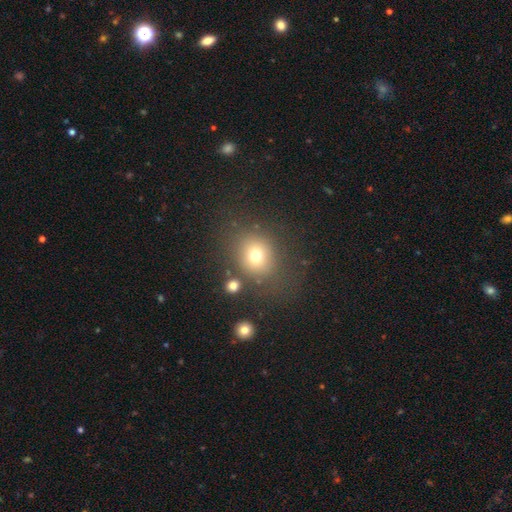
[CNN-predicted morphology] smooth-or-featured: smooth: 72% | star or artifact: 16% | featured or disk: 12%
  how-rounded: round: 74% | in between: 25% | cigar-shaped: 1%
  merging: none: 75% | minor disturbance: 12% | major disturbance: 8% | merger: 5%